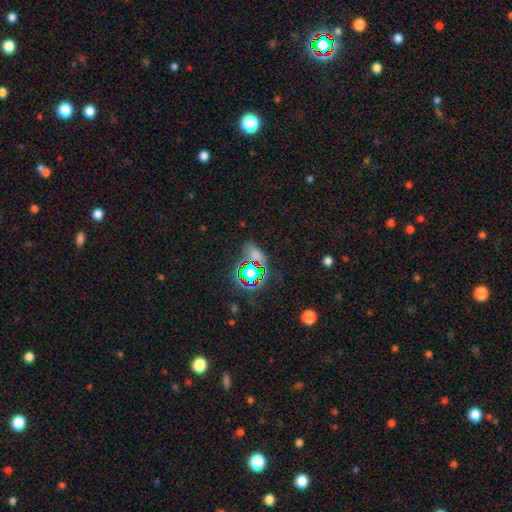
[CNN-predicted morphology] type=star or artifact (59%).